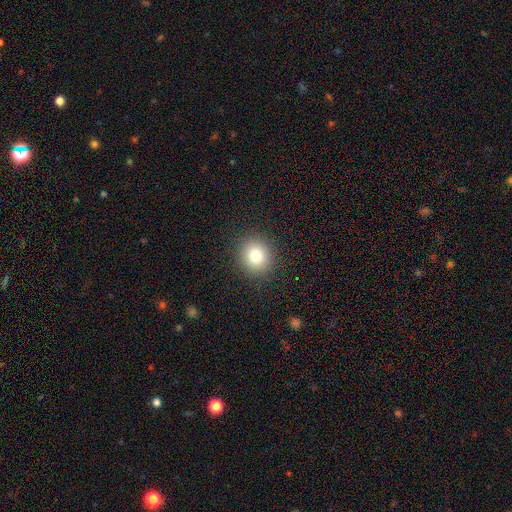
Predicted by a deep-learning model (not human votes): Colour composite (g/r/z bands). It shows a smooth galaxy with no disk features (79%) that is round (86%). Merging: none (91%).